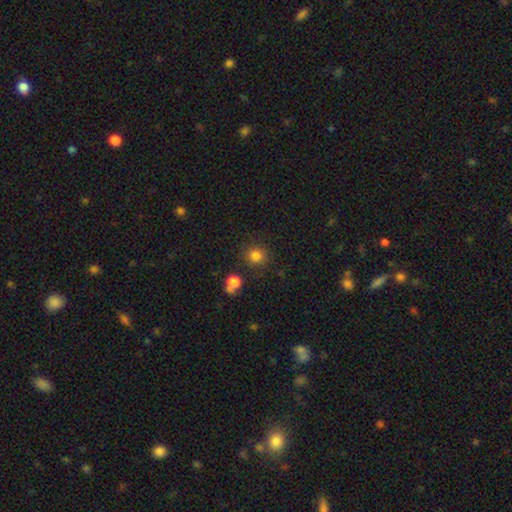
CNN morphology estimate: smooth_or_featured: smooth (p=0.81) [alt: star or artifact p=0.14]
how_rounded: round (p=0.89) [alt: in between p=0.10]
merging: none (p=0.82) [alt: minor disturbance p=0.09]